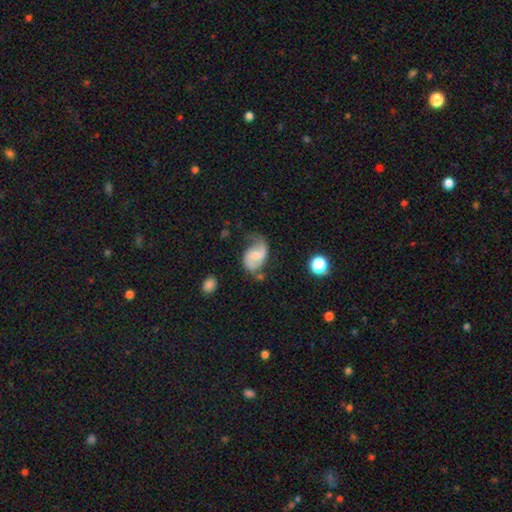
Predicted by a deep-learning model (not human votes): Overall: featured or disk (71%). Edge-on disk: no (97%). Bar: weak (44%, tied with no). Spiral arms: yes (91%). Spiral arm count: 2 (72%). Spiral winding: medium (43%; loose 39%). Bulge size: moderate (48%; small 42%). Merging: none (44%; minor disturbance 31%).